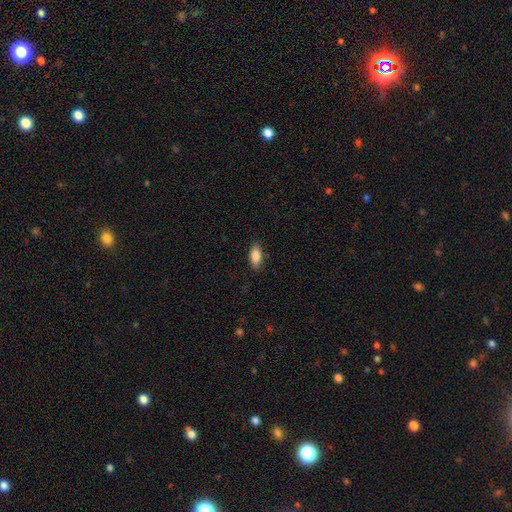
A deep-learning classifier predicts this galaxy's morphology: Smooth or featured? Predicted: smooth (p=0.88). How rounded? Predicted: in between (p=0.87). Merging? Predicted: none (p=0.86).